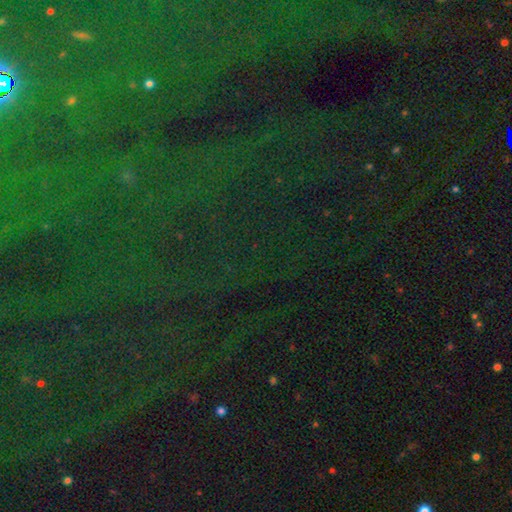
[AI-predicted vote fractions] A star or artifact, not a galaxy (83%).